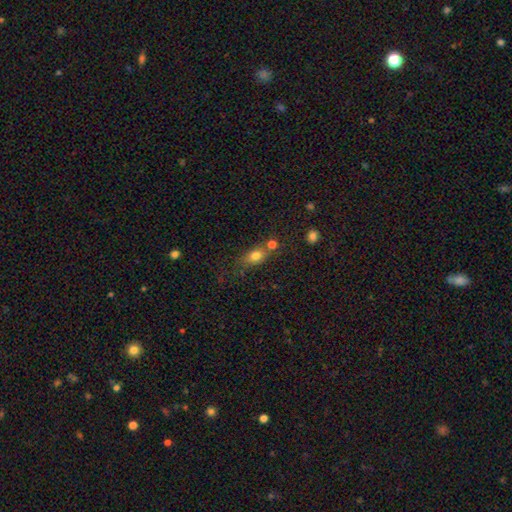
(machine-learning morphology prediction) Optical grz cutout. It shows a smooth galaxy with no disk features (76%) that is in between round and cigar-shaped (67%). Merging: none (56%).